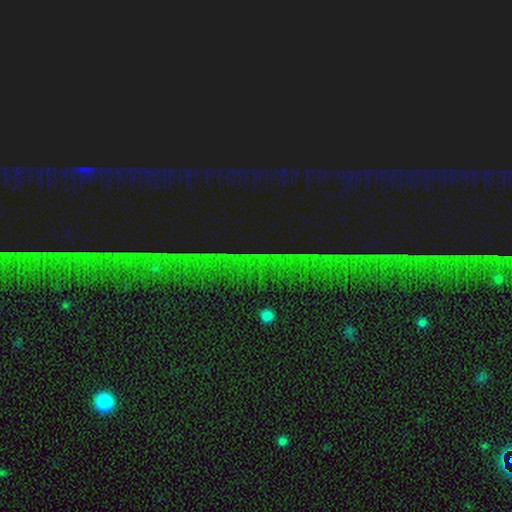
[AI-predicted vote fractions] Morphology: type=star or artifact (86%).